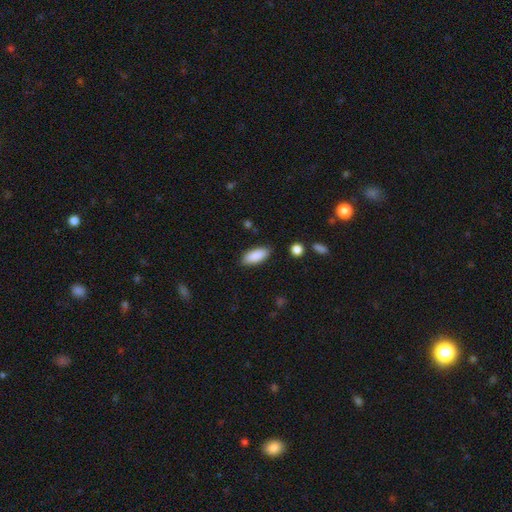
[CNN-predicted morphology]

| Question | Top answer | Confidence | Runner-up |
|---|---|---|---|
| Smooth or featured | smooth | 88% | star or artifact (6%) |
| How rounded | in between | 84% | cigar-shaped (14%) |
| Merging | none | 85% | minor disturbance (11%) |